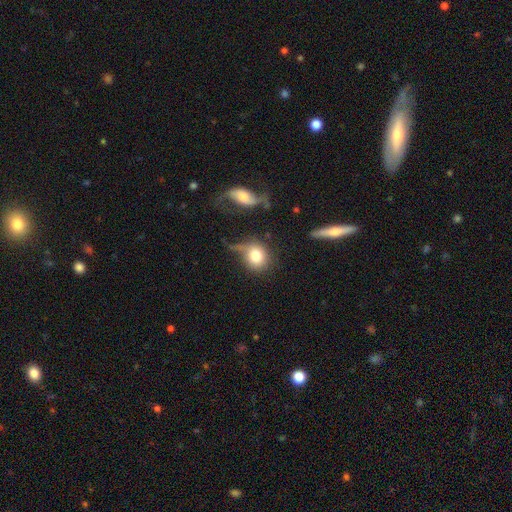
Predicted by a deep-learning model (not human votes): smooth-or-featured: smooth: 77% | featured or disk: 14% | star or artifact: 8%
  how-rounded: round: 72% | in between: 26% | cigar-shaped: 2%
  merging: none: 44% | minor disturbance: 23% | major disturbance: 19% | merger: 14%